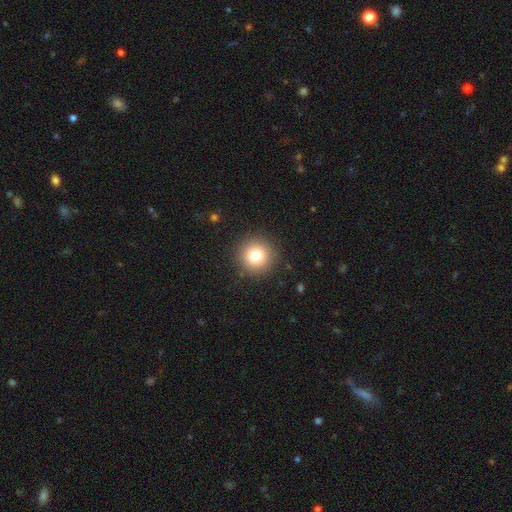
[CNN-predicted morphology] Smooth or featured: smooth — 79% (star or artifact — 12%)
How rounded: round — 96% (in between — 4%)
Merging: none — 91% (minor disturbance — 6%)